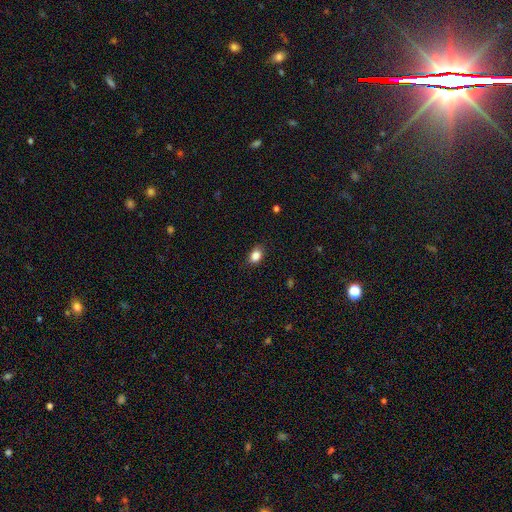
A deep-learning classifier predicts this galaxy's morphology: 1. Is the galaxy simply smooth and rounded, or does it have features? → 86% smooth, 9% star or artifact, 5% featured or disk.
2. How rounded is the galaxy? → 76% in between, 22% round, 2% cigar-shaped.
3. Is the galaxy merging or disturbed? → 83% none, 13% minor disturbance, 3% major disturbance, 1% merger.